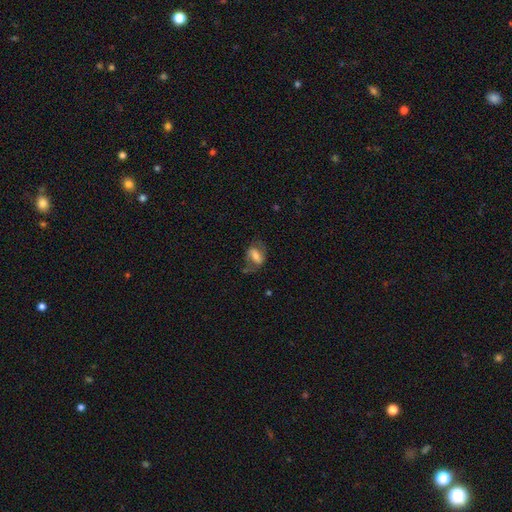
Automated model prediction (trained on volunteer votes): A smooth galaxy with no disk features (47%). Merging: none (52%).